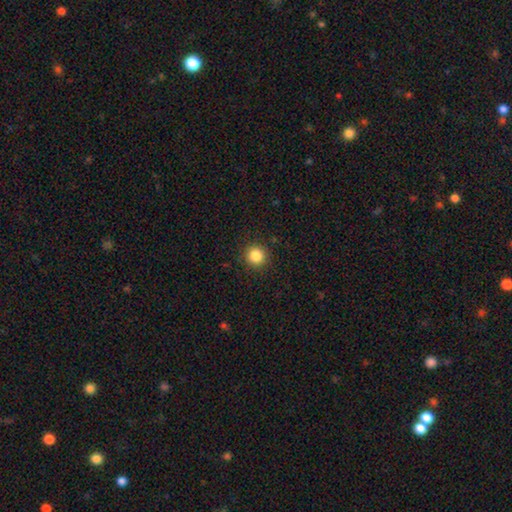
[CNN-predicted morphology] The model was most divided on "smooth or featured": smooth: 85%, star or artifact: 11%, featured or disk: 4%. More confident: how rounded — round (94%); merging — none (91%).